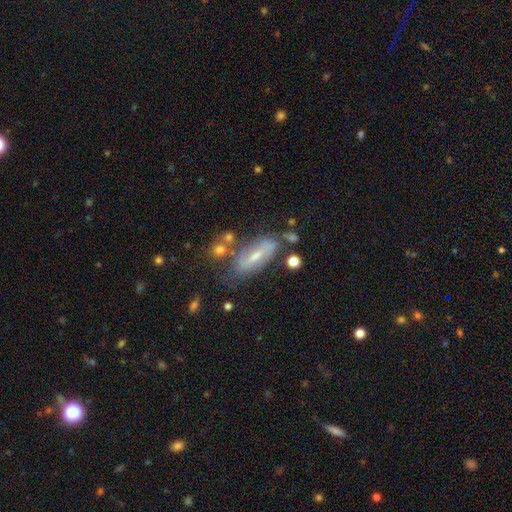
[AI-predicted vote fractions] A featured or disk galaxy (64%) with a strong bar (39%), spiral arms (72%) and a small central bulge (49%).

Vote fractions:
- Smooth or featured? featured or disk: 64% / smooth: 27% / star or artifact: 9%
- Edge-on disk? no: 81% / yes: 19%
- Bar? strong: 39% / weak: 38% / no: 23%
- Spiral arms? yes: 72% / no: 28%
- Bulge size? small: 49% / moderate: 43% / none: 4% / large: 3% / dominant: 1%
- Merging? none: 60% / minor disturbance: 21% / major disturbance: 10% / merger: 9%